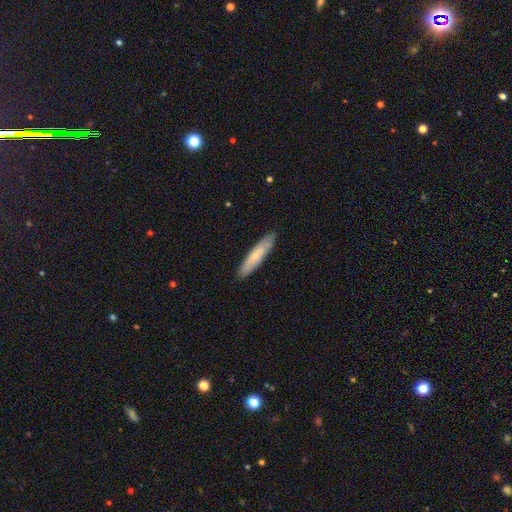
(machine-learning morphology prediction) smooth_or_featured: smooth (p=0.65) [alt: featured or disk p=0.30]
how_rounded: cigar-shaped (p=0.85) [alt: in between p=0.13]
merging: none (p=0.88) [alt: minor disturbance p=0.10]